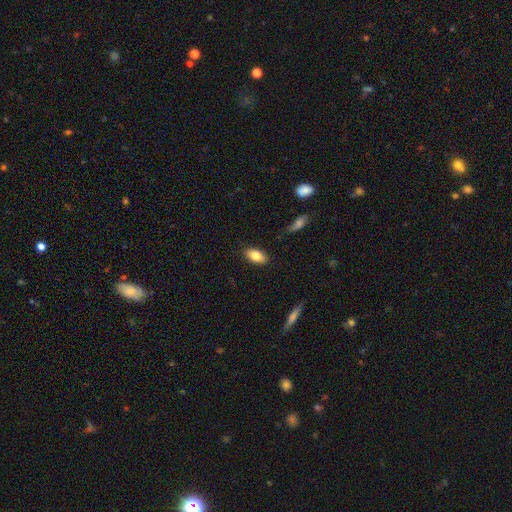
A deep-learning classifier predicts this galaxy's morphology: This is likely a smooth galaxy (79%). How rounded: clearly in between (91%). Merging: clearly none (86%).